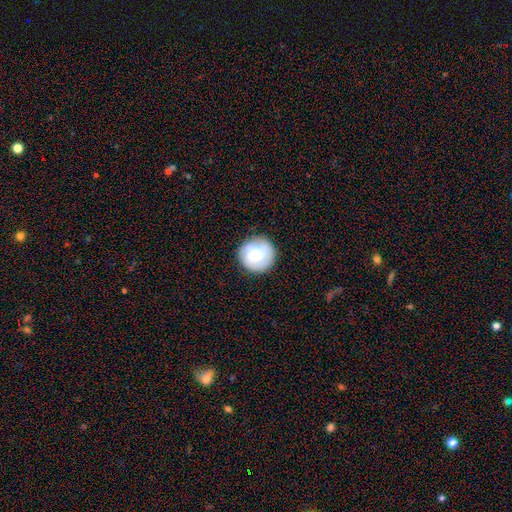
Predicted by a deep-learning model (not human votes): This appears to be a smooth galaxy with no disk features (53%) that is round (94%). Merging: none (84%).